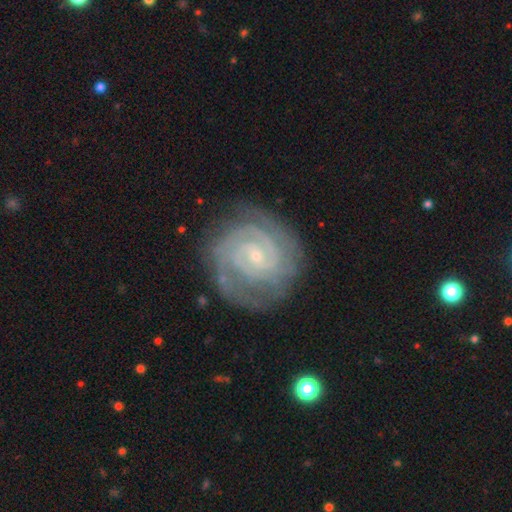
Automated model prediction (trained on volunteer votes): Q: Smooth or featured?
A: featured or disk (90%); runner-up: star or artifact (5%)
Q: Edge-on disk?
A: no (98%); runner-up: yes (2%)
Q: Bar?
A: no (52%); runner-up: weak (37%)
Q: Spiral arms?
A: yes (98%); runner-up: no (2%)
Q: Spiral winding?
A: tight (79%); runner-up: medium (19%)
Q: Spiral arm count?
A: 2 (47%); runner-up: 3 (21%)
Q: Bulge size?
A: small (82%); runner-up: moderate (13%)
Q: Merging?
A: none (78%); runner-up: minor disturbance (15%)